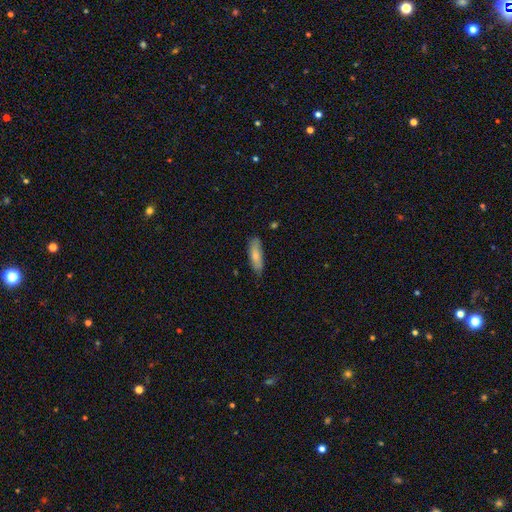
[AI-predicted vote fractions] The model was most divided on "how rounded": in between: 51%, cigar-shaped: 48%, round: 2%. More confident: smooth or featured — smooth (78%); merging — none (75%).